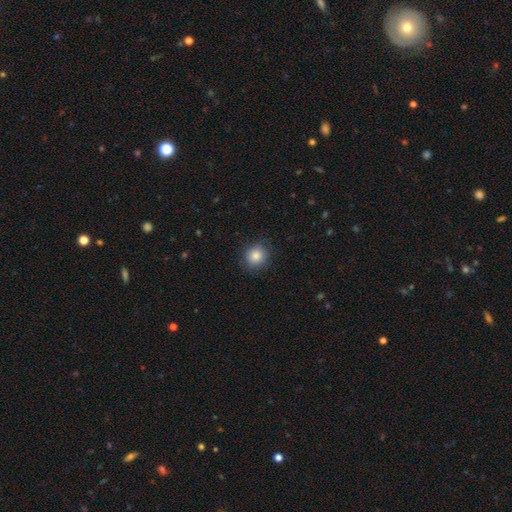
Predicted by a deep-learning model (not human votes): A smooth galaxy with no disk features (84%) that is round (87%). Merging: none (86%).